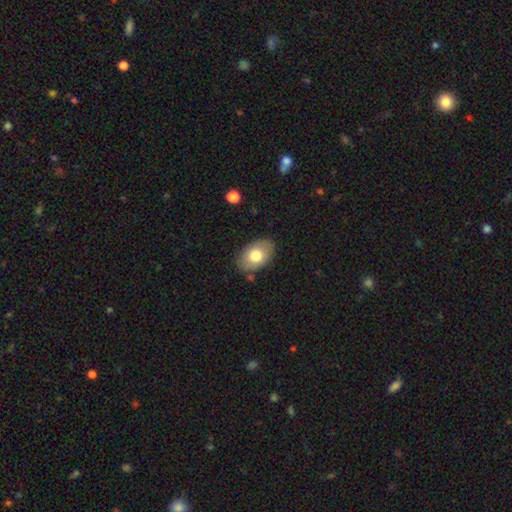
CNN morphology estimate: smooth_or_featured: smooth (p=0.74) [alt: featured or disk p=0.19]
how_rounded: in between (p=0.89) [alt: round p=0.10]
merging: none (p=0.83) [alt: minor disturbance p=0.12]